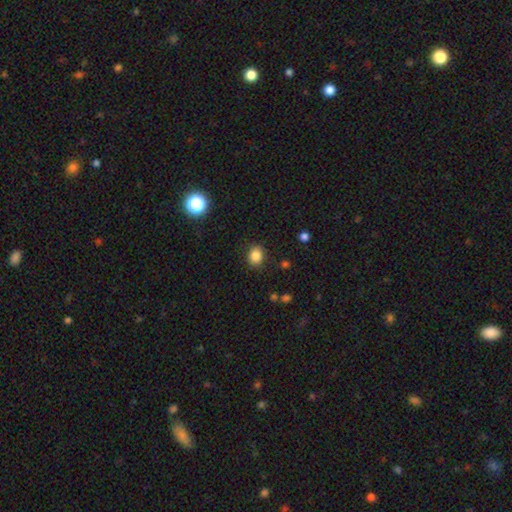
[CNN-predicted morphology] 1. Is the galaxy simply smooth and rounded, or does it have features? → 84% smooth, 11% star or artifact, 4% featured or disk.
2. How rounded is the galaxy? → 62% round, 37% in between, 1% cigar-shaped.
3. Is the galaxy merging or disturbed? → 87% none, 9% minor disturbance, 3% major disturbance, 1% merger.